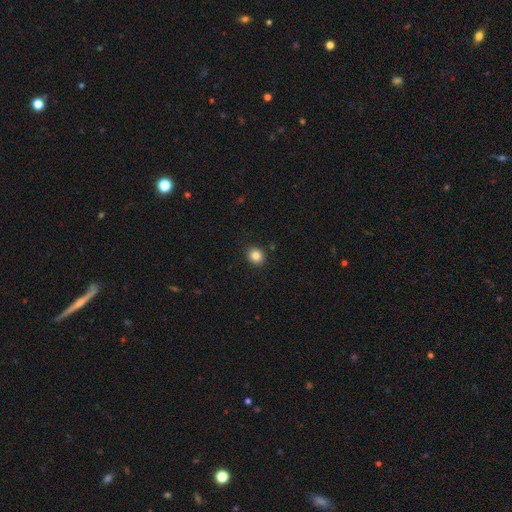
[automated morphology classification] Smooth or featured? smooth (84%)
How rounded? round (73%)
Merging? none (90%)